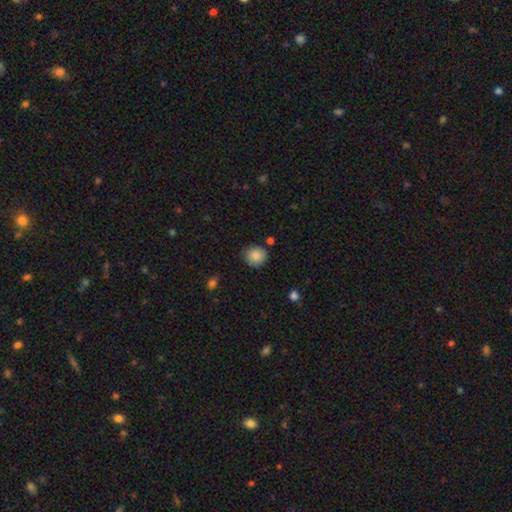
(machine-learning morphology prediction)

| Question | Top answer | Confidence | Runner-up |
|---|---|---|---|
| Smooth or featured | smooth | 87% | star or artifact (8%) |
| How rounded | round | 86% | in between (13%) |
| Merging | none | 84% | minor disturbance (11%) |